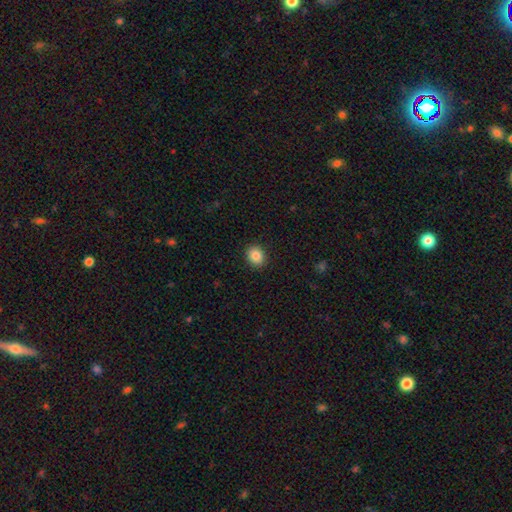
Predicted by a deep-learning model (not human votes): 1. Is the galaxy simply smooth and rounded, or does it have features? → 86% smooth, 9% star or artifact, 5% featured or disk.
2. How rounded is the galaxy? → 64% round, 35% in between, 1% cigar-shaped.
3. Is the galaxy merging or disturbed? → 91% none, 6% minor disturbance, 2% major disturbance, 1% merger.